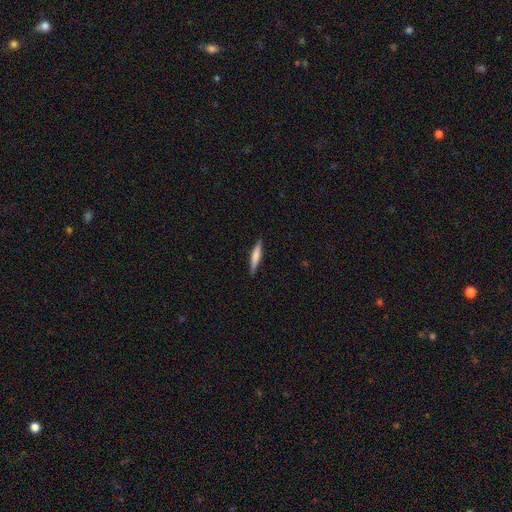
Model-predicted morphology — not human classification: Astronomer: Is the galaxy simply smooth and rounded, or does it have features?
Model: smooth — 63%.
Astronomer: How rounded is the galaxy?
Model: cigar-shaped — 91%.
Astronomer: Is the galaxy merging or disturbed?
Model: none — 89%.